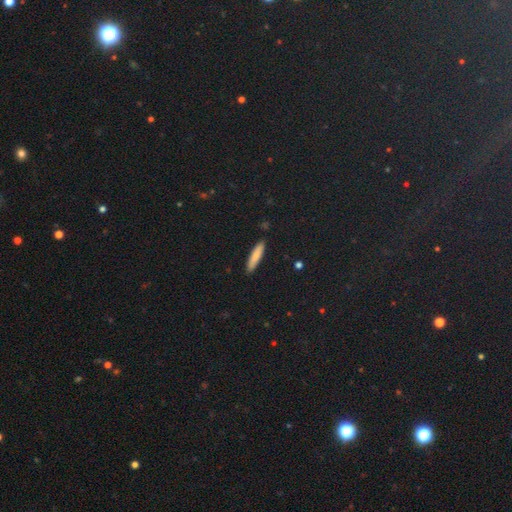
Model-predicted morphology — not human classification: A smooth galaxy with no disk features (83%) that is cigar-shaped (86%).

Vote fractions:
- Smooth or featured? smooth: 83% / featured or disk: 11% / star or artifact: 7%
- How rounded? cigar-shaped: 86% / in between: 12% / round: 1%
- Merging? none: 89% / minor disturbance: 8% / major disturbance: 2% / merger: 1%